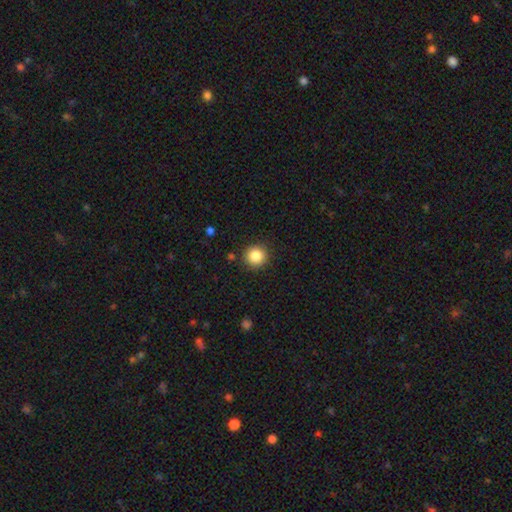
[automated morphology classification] Smooth or featured? smooth (85%)
How rounded? round (94%)
Merging? none (90%)